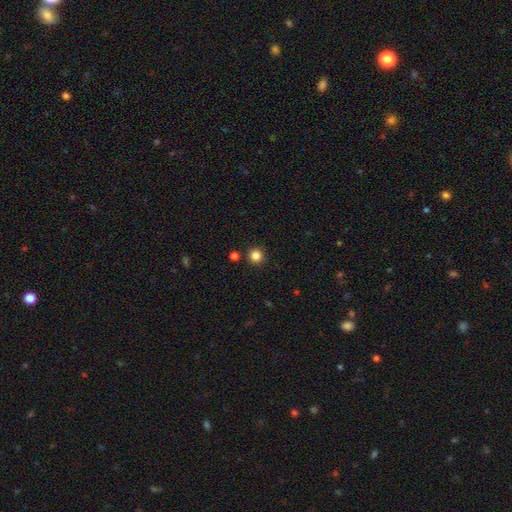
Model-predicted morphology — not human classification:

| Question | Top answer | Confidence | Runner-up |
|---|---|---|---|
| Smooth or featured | smooth | 84% | star or artifact (12%) |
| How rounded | round | 95% | in between (4%) |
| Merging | none | 90% | minor disturbance (5%) |